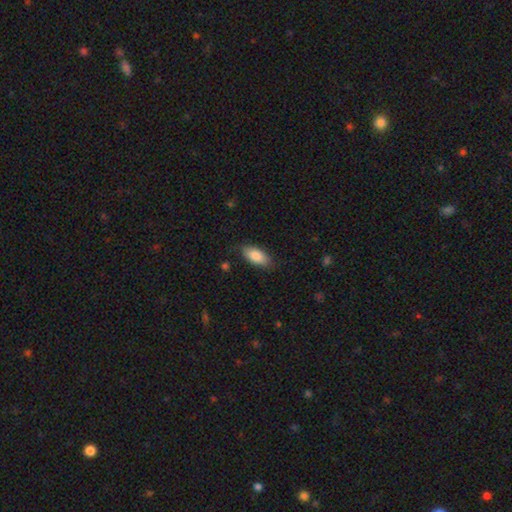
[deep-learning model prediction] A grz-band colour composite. It shows a smooth galaxy with no disk features (85%) that is in between round and cigar-shaped (88%). Merging: none (81%).